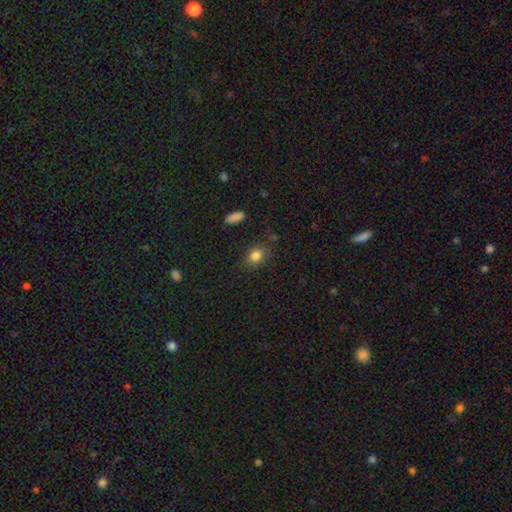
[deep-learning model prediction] Overall: smooth (83%). How rounded: round (49%, tied with in between). Merging: none (77%).